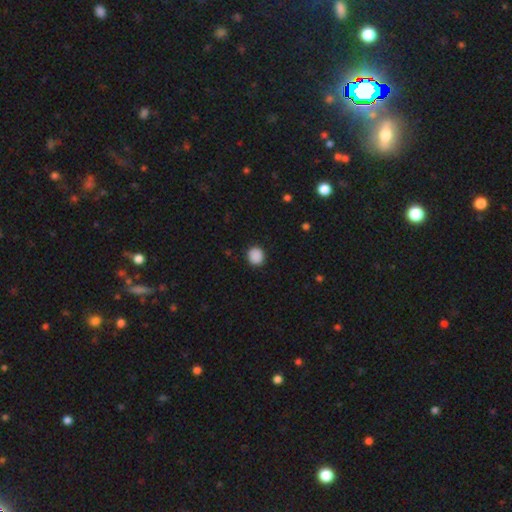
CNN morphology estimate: Smooth or featured?
  - smooth: 90% *
  - star or artifact: 8%
  - featured or disk: 2%
How rounded?
  - round: 86% *
  - in between: 13%
  - cigar-shaped: 1%
Merging?
  - none: 92% *
  - minor disturbance: 5%
  - major disturbance: 2%
  - merger: 1%